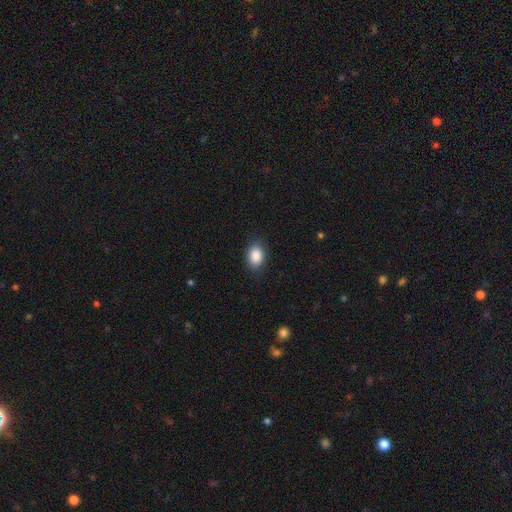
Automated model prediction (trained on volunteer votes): A smooth galaxy with no disk features (88%) that is in between round and cigar-shaped (82%). Merging: none (85%).